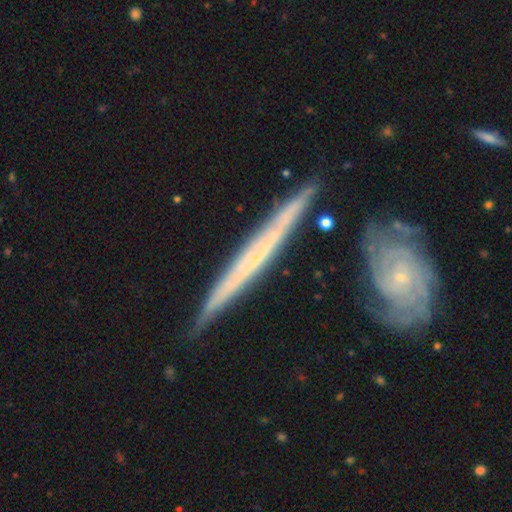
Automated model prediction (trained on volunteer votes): smooth_or_featured: featured or disk (p=0.73) [alt: smooth p=0.22]
disk_edge_on: yes (p=0.88) [alt: no p=0.12]
edge_on_bulge: none (p=0.79) [alt: rounded p=0.17]
merging: none (p=0.81) [alt: minor disturbance p=0.12]